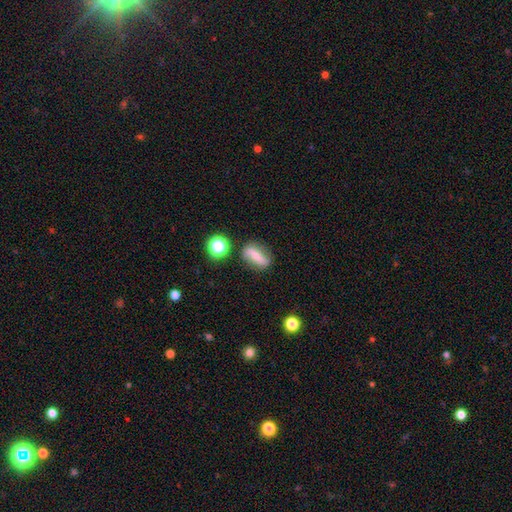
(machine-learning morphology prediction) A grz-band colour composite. It shows a smooth galaxy with no disk features (45%). Merging: none (74%).